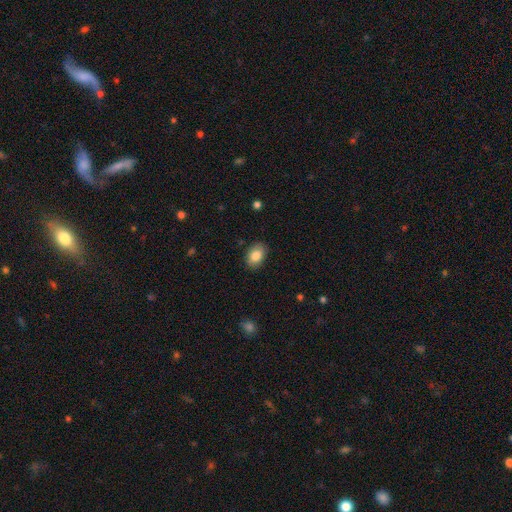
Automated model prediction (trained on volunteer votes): The model was most divided on "how rounded": in between: 86%, round: 13%, cigar-shaped: 1%. More confident: merging — none (86%); smooth or featured — smooth (84%).